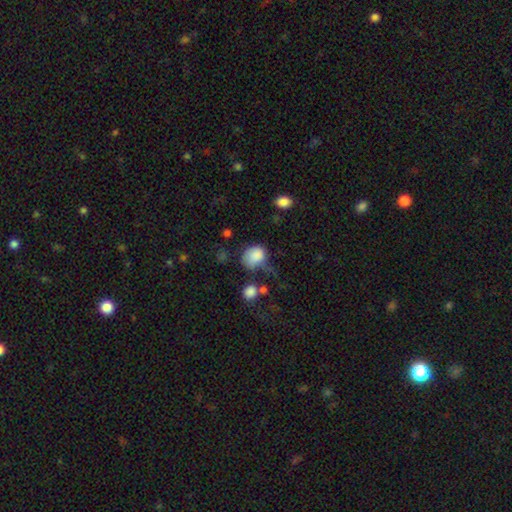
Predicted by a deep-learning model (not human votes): The model was most divided on "how rounded": round: 51%, in between: 48%, cigar-shaped: 1%. Remaining: smooth or featured — smooth (83%); merging — none (32%).